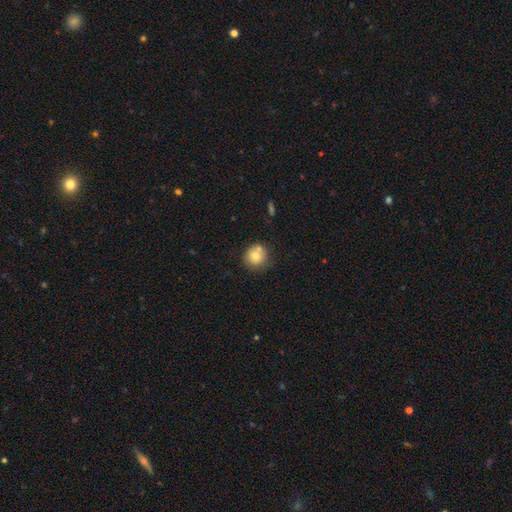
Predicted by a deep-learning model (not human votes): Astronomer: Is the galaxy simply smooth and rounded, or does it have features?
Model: smooth — 74%.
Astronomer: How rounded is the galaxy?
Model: round — 89%.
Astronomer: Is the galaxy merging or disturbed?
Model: none — 63%.